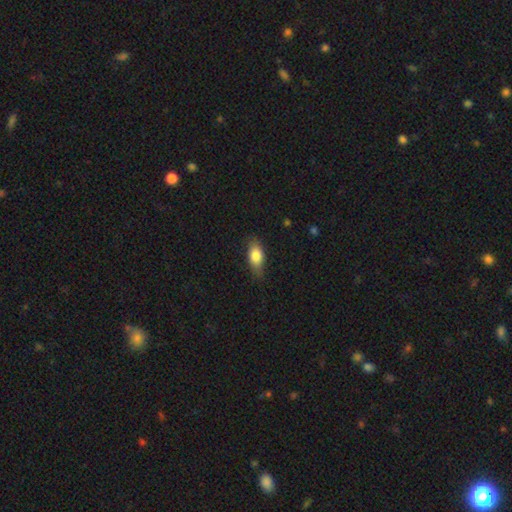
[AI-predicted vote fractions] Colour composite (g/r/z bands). It shows a smooth galaxy with no disk features (79%) that is in between round and cigar-shaped (84%). Merging: none (74%).